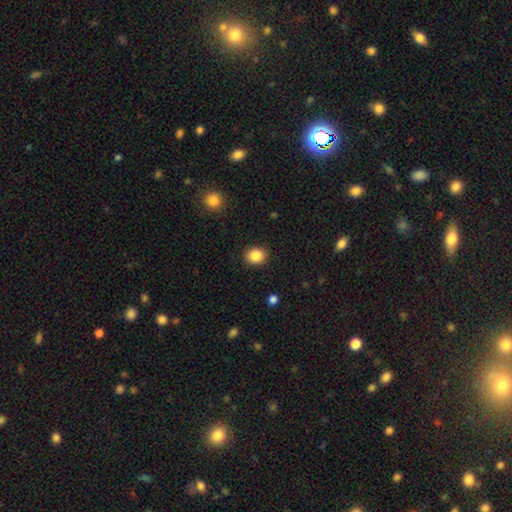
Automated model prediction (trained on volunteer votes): smooth_or_featured: smooth (p=0.86) [alt: star or artifact p=0.09]
how_rounded: round (p=0.66) [alt: in between p=0.33]
merging: none (p=0.90) [alt: minor disturbance p=0.07]